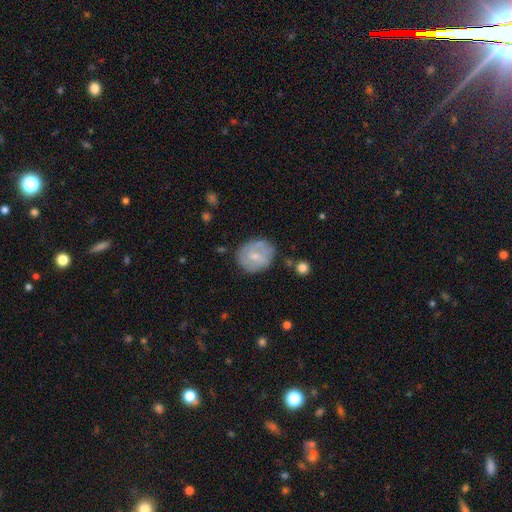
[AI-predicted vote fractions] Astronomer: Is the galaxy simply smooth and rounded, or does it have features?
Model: smooth — 50% (runner-up: featured or disk, 44%).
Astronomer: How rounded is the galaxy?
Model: round — 70%.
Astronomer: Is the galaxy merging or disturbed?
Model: none — 69%.